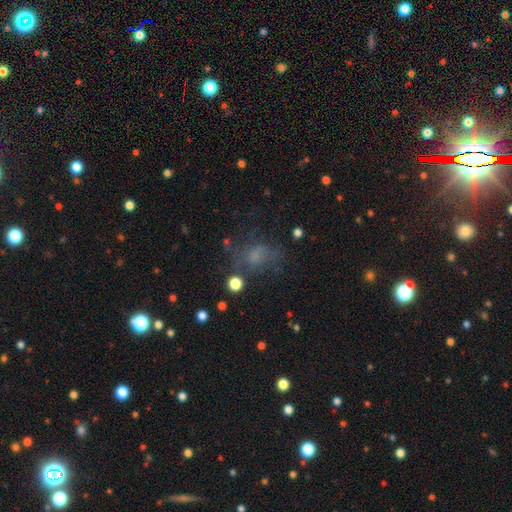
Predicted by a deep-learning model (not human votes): The model was most divided on "smooth or featured": smooth: 44%, featured or disk: 30%, star or artifact: 26%. Remaining: merging — none (49%).